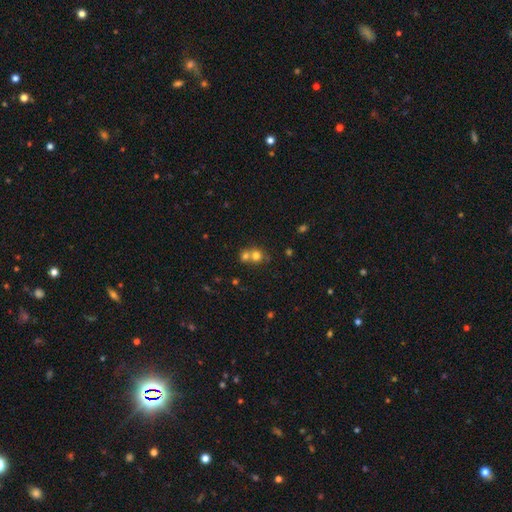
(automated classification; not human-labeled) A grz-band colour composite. It shows a smooth galaxy with no disk features (72%) that is round (79%). Merging: merger (56%).